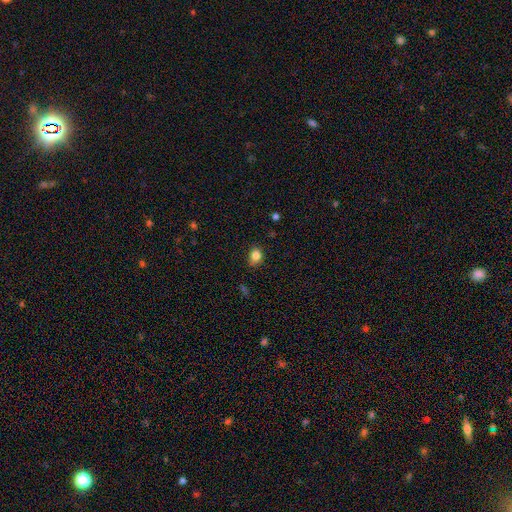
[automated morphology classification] This is clearly a smooth galaxy (83%). How rounded: possibly round (56%). Merging: clearly none (81%).